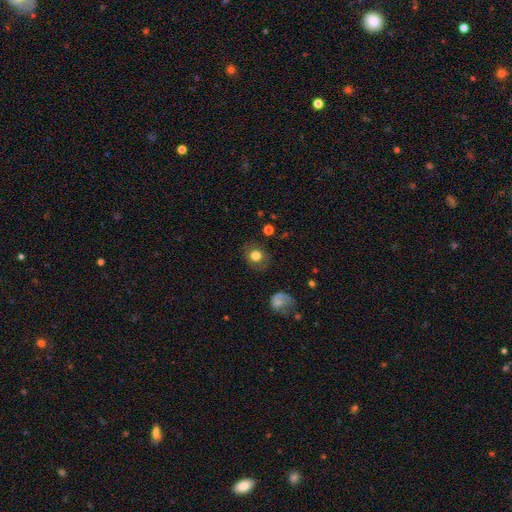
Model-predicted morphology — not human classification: The model was most divided on "how rounded": round: 74%, in between: 25%, cigar-shaped: 1%. More confident: merging — none (81%); smooth or featured — smooth (76%).